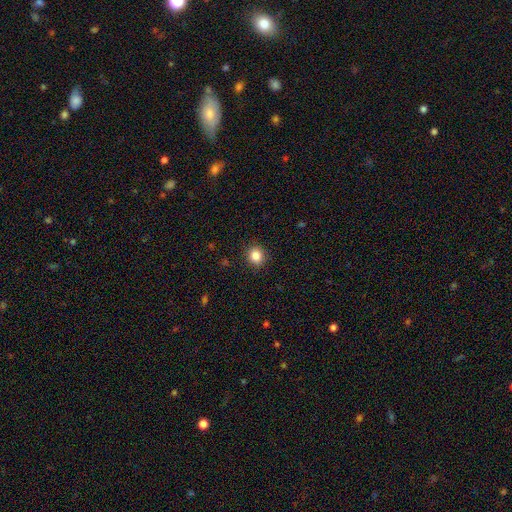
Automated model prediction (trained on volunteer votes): The model was most divided on "how rounded": round: 77%, in between: 23%, cigar-shaped: 1%. More confident: merging — none (89%); smooth or featured — smooth (85%).